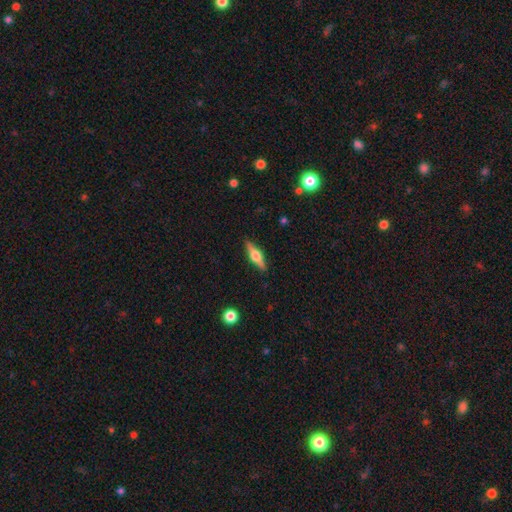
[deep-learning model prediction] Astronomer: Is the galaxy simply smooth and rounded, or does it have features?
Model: featured or disk — 61%.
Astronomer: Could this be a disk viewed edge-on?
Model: yes — 96%.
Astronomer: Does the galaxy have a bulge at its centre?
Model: rounded — 93%.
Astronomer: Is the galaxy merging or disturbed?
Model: none — 89%.